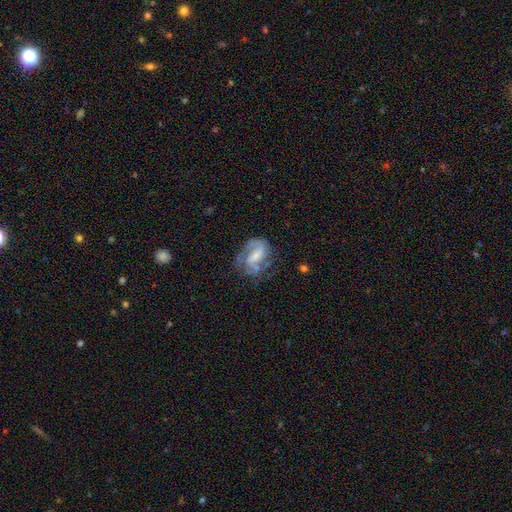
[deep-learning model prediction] Morphology: type=featured or disk (80%); edge-on=no (97%); bar=weak (47%); spiral arms=yes (91%); winding=medium (48%); arm count=2 (65%); bulge=small (44%); merging=none (55%).